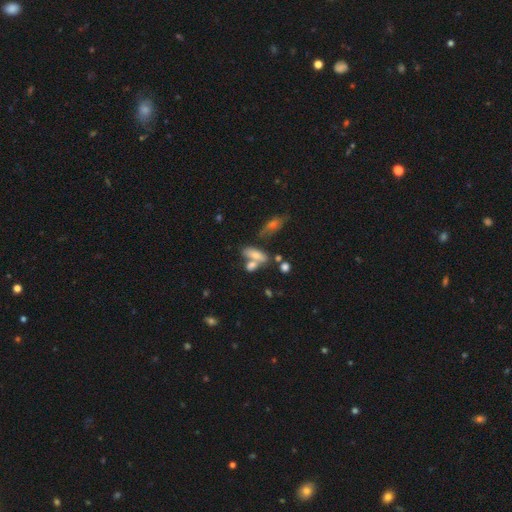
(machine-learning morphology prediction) Smooth or featured: smooth — 69% (featured or disk — 19%)
How rounded: in between — 74% (cigar-shaped — 19%)
Merging: merger — 42% (none — 39%)